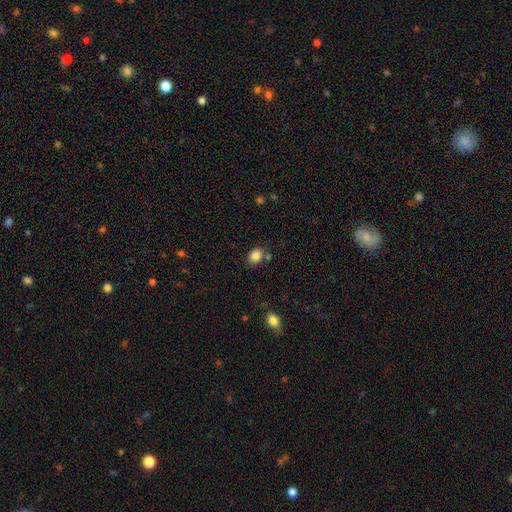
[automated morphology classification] smooth 85%, star or artifact 10%, featured or disk 5%. Down the decision tree: how rounded — in between (52%); merging — none (73%).